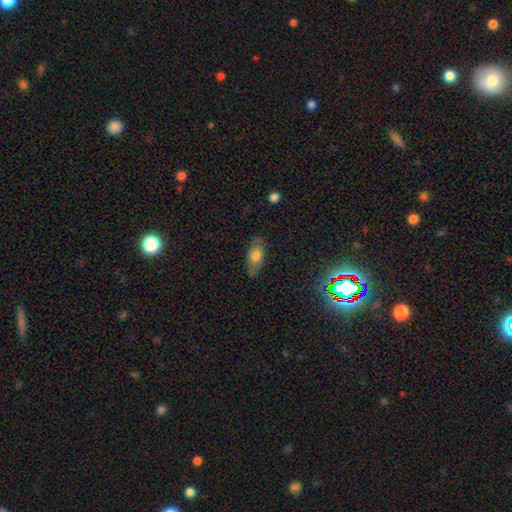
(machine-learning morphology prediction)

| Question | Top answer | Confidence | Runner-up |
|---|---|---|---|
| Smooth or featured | smooth | 68% | featured or disk (25%) |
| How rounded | in between | 85% | cigar-shaped (12%) |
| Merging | none | 79% | minor disturbance (16%) |